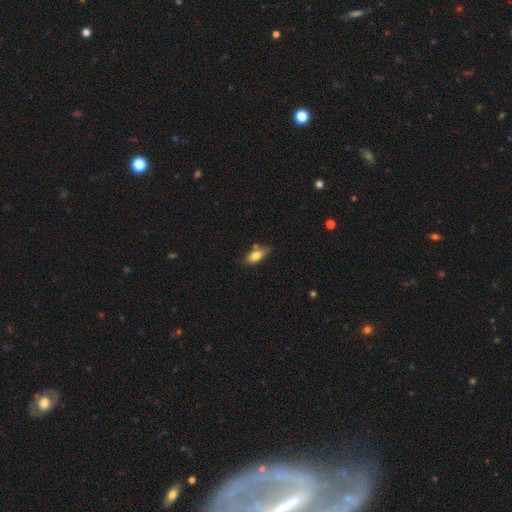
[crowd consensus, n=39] Smooth or featured: smooth — 77% (featured or disk — 21%)
How rounded: in between — 87% (cigar-shaped — 10%)
Merging: none — 63% (minor disturbance — 18%)